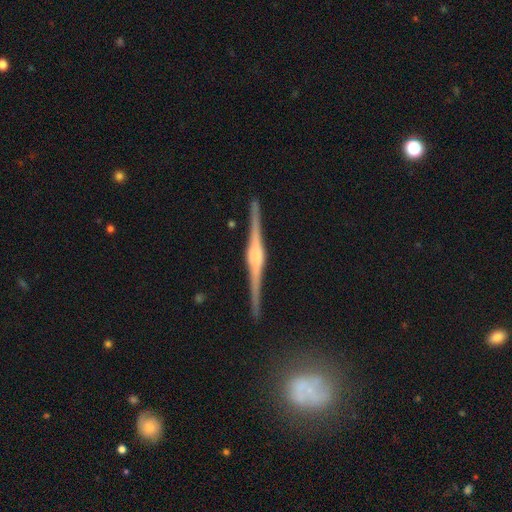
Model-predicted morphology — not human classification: featured or disk 88%, smooth 6%, star or artifact 5%. Down the decision tree: edge-on disk — yes (99%); edge-on bulge — rounded (60%); merging — none (90%).